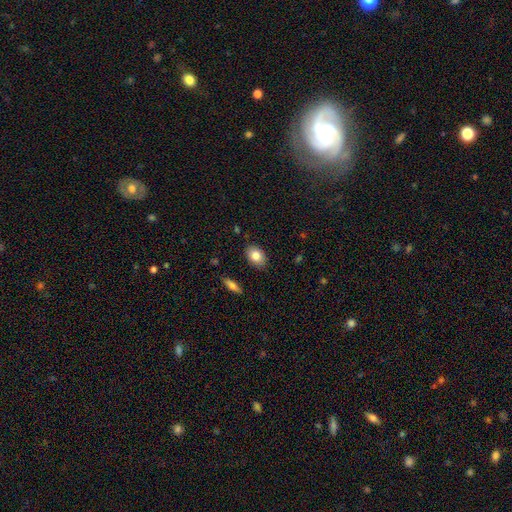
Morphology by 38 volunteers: smooth 74%, featured or disk 21%, star or artifact 5%. Down the decision tree: how rounded — in between (75%); merging — none (75%).